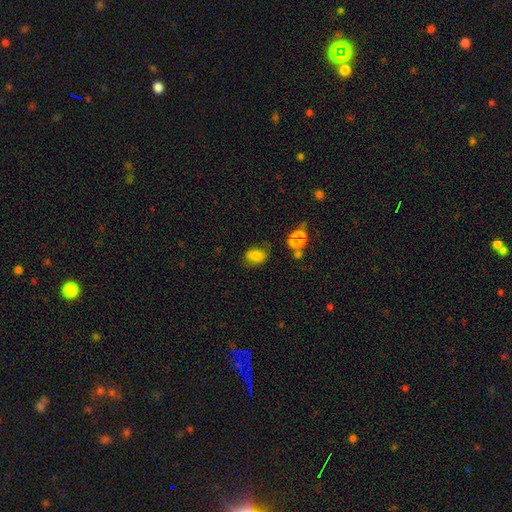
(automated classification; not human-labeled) smooth-or-featured: smooth: 80% | star or artifact: 11% | featured or disk: 8%
  how-rounded: in between: 77% | round: 21% | cigar-shaped: 1%
  merging: none: 64% | minor disturbance: 21% | merger: 7% | major disturbance: 7%